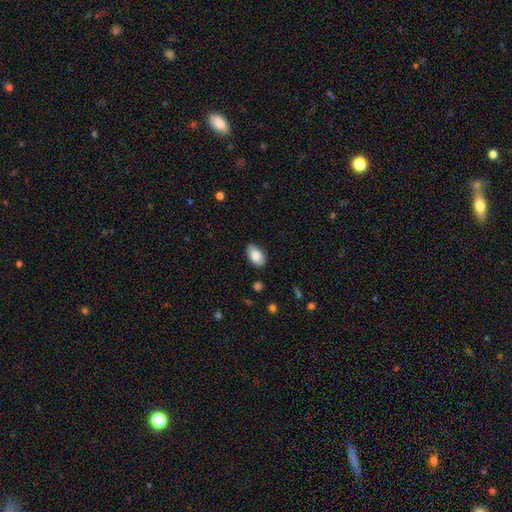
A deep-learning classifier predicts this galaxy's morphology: This appears to be a smooth galaxy with no disk features (86%) that is in between round and cigar-shaped (93%). Merging: none (85%).